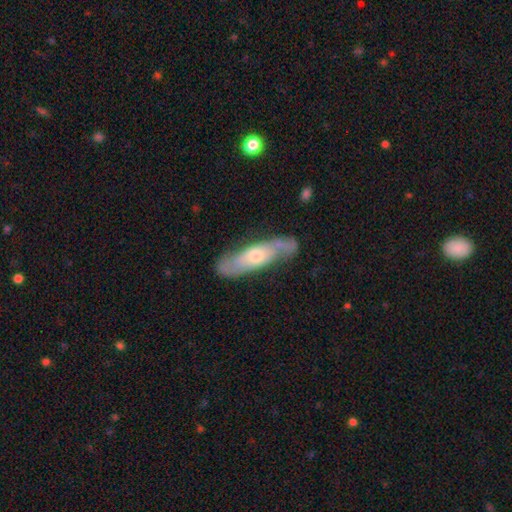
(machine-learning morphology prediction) type=featured or disk (61%); edge-on=no (67%); merging=none (69%).